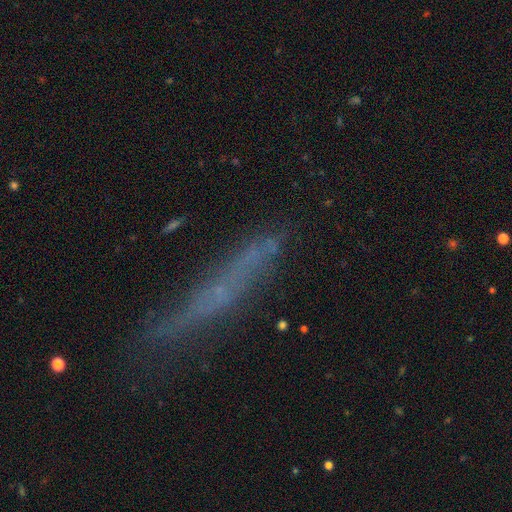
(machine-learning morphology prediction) A smooth galaxy with no disk features (41%). Merging: none (64%).